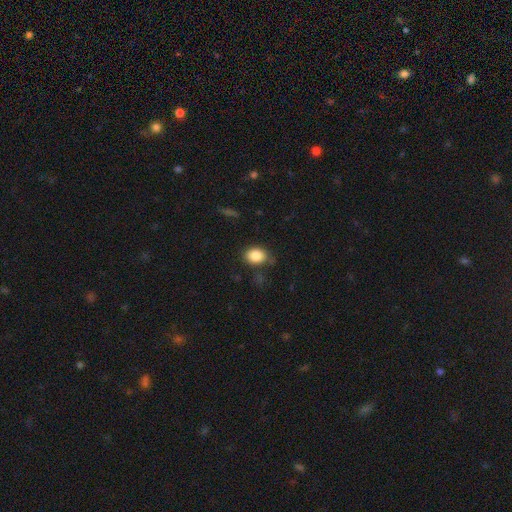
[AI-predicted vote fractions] Smooth or featured: smooth — 85% (star or artifact — 9%)
How rounded: in between — 65% (round — 34%)
Merging: none — 75% (minor disturbance — 18%)